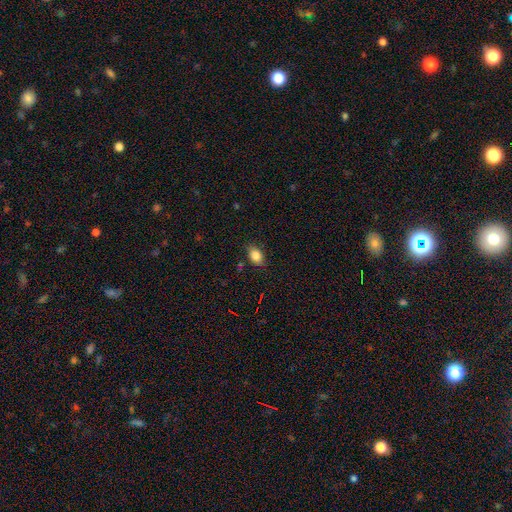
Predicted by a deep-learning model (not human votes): A smooth galaxy with no disk features (84%) that is in between round and cigar-shaped (81%). Merging: none (82%).